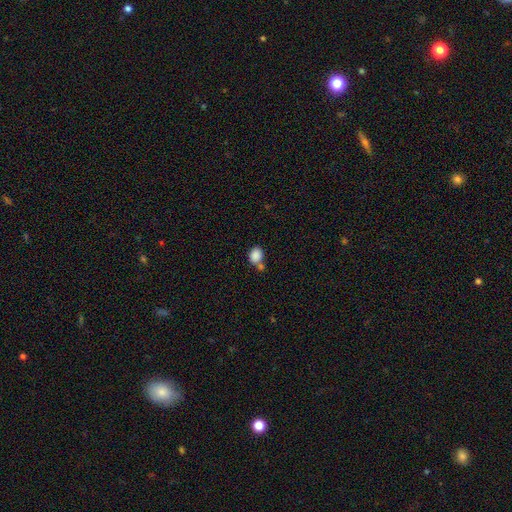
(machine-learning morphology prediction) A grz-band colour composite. It shows a smooth galaxy with no disk features (86%) that is in between round and cigar-shaped (52%). Merging: none (53%).